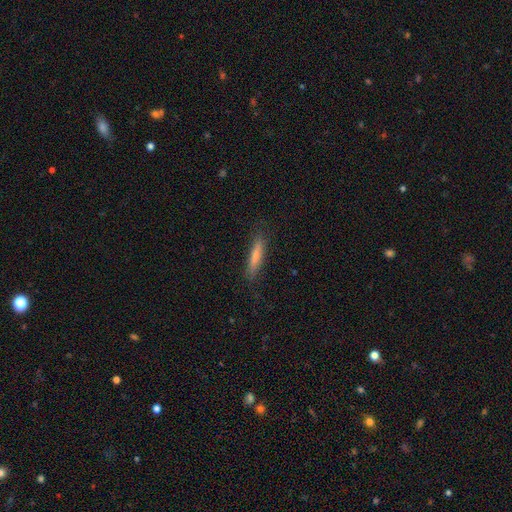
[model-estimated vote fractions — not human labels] Overall: smooth (73%). How rounded: cigar-shaped (89%). Merging: none (84%).